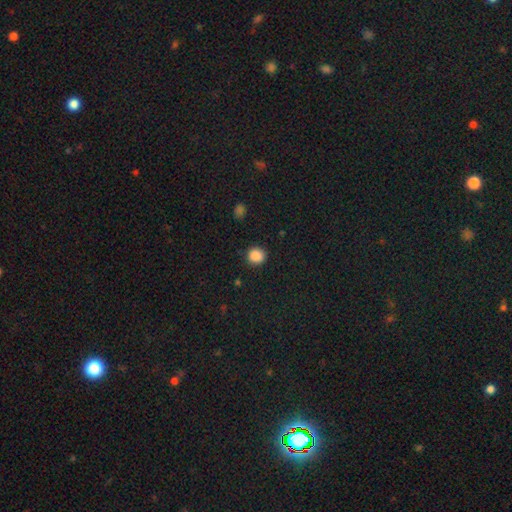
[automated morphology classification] Smooth or featured? Predicted: smooth (p=0.88). How rounded? Predicted: round (p=0.89). Merging? Predicted: none (p=0.89).